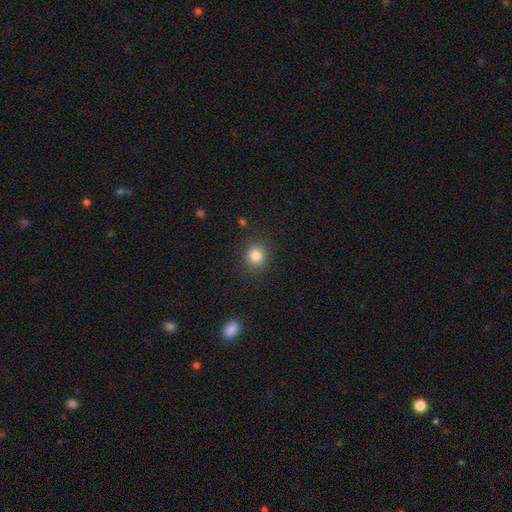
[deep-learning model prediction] This is clearly a smooth galaxy (83%). How rounded: clearly round (84%). Merging: clearly none (88%).